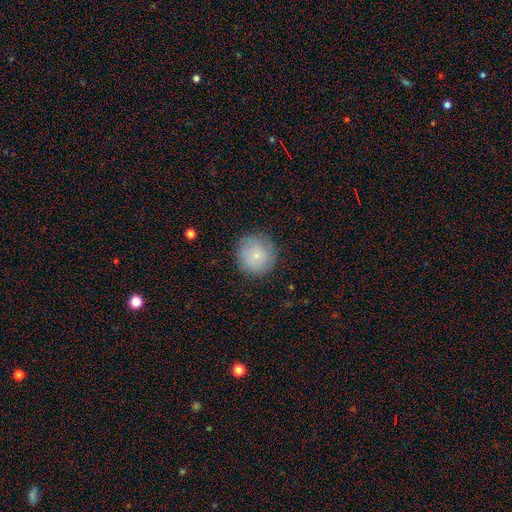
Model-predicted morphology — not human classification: A smooth galaxy with no disk features (77%) that is round (94%).

Vote fractions:
- Smooth or featured? smooth: 77% / featured or disk: 15% / star or artifact: 8%
- How rounded? round: 94% / in between: 5% / cigar-shaped: 1%
- Merging? none: 85% / minor disturbance: 11% / major disturbance: 3% / merger: 1%